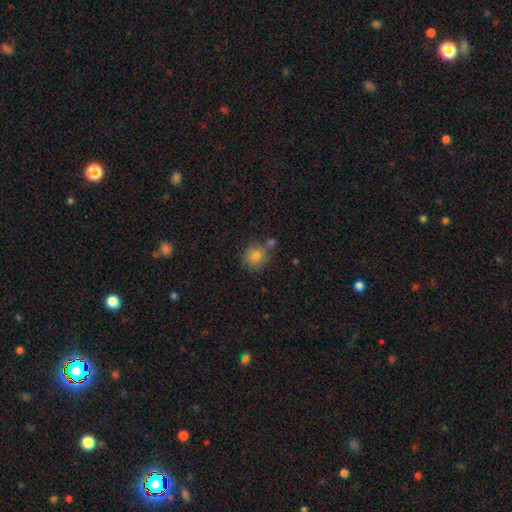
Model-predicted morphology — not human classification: The model was most divided on "merging": none: 68%, merger: 15%, minor disturbance: 13%, major disturbance: 4%. More confident: how rounded — round (86%); smooth or featured — smooth (80%).